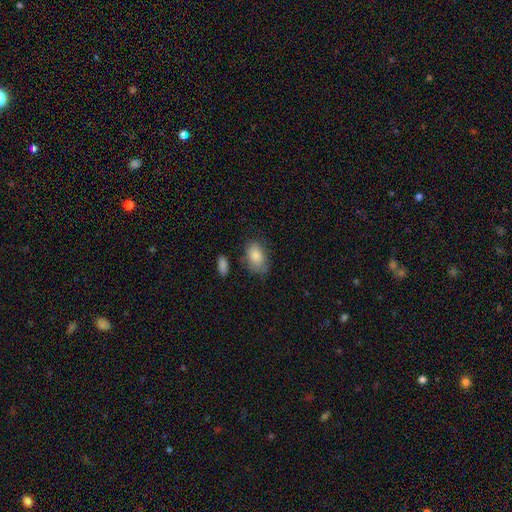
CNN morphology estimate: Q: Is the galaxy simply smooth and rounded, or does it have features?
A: smooth — 84%.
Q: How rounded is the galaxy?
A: in between — 89%.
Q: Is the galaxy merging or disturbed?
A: none — 66%.